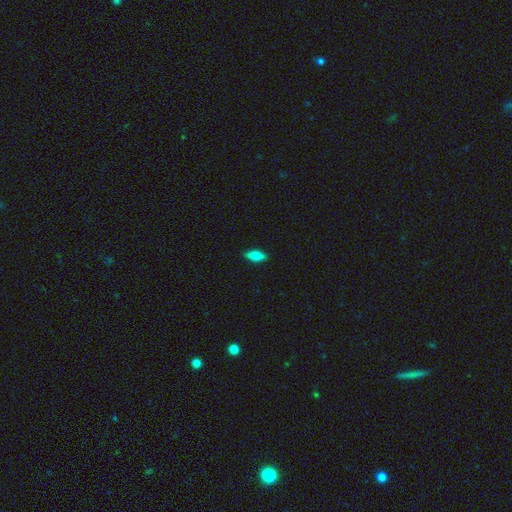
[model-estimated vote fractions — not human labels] A smooth galaxy with no disk features (69%) that is in between round and cigar-shaped (74%).

Vote fractions:
- Smooth or featured? smooth: 69% / featured or disk: 24% / star or artifact: 7%
- How rounded? in between: 74% / cigar-shaped: 23% / round: 3%
- Merging? none: 89% / minor disturbance: 8% / major disturbance: 2% / merger: 1%